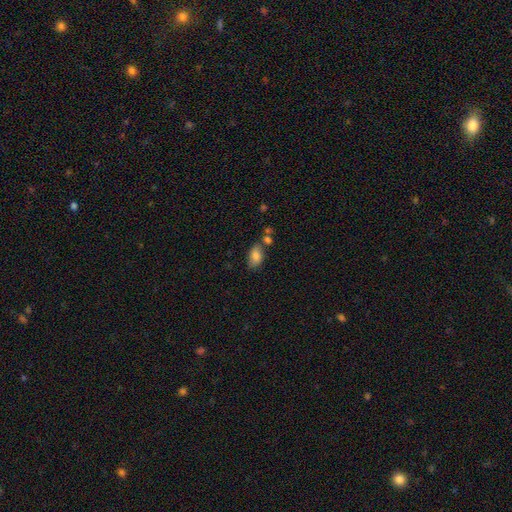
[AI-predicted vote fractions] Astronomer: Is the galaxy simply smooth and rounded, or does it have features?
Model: smooth — 81%.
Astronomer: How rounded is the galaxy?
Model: in between — 91%.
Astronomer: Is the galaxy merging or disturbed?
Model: none — 62%.